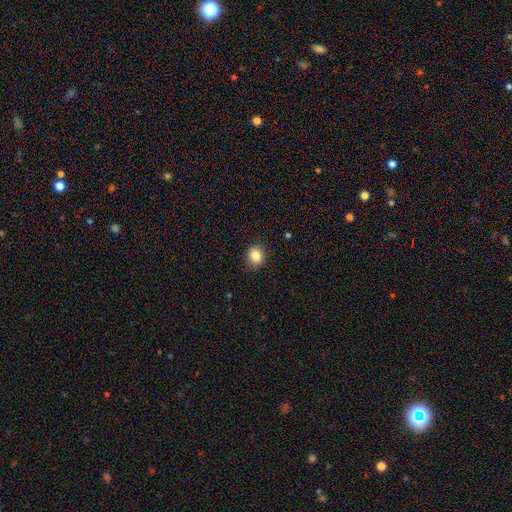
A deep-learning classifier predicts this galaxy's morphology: This is clearly a smooth galaxy (85%). How rounded: likely round (68%). Merging: clearly none (88%).